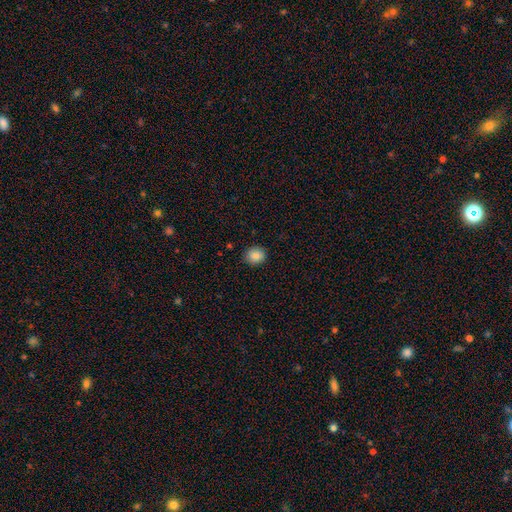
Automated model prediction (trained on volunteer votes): Smooth or featured? smooth (87%)
How rounded? round (77%)
Merging? none (87%)